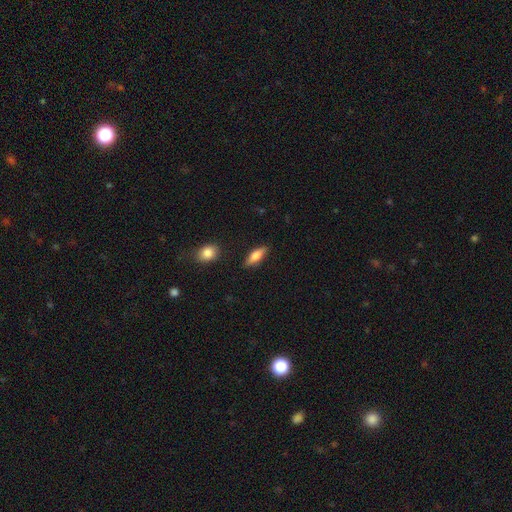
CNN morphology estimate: The model was most divided on "how rounded": in between: 60%, cigar-shaped: 37%, round: 3%. More confident: merging — none (85%); smooth or featured — smooth (72%).